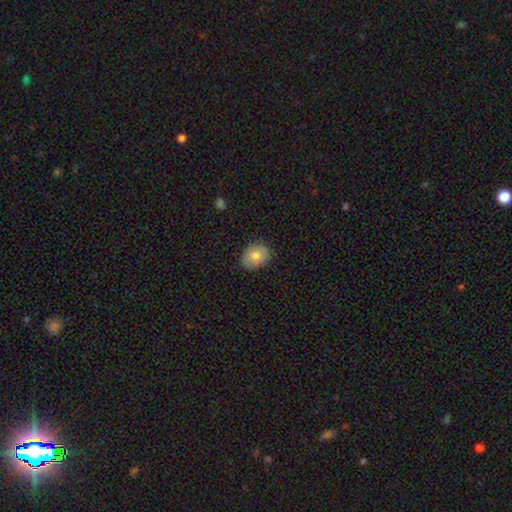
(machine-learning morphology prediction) smooth 80%, featured or disk 12%, star or artifact 8%. Down the decision tree: how rounded — in between (53%); merging — none (82%).